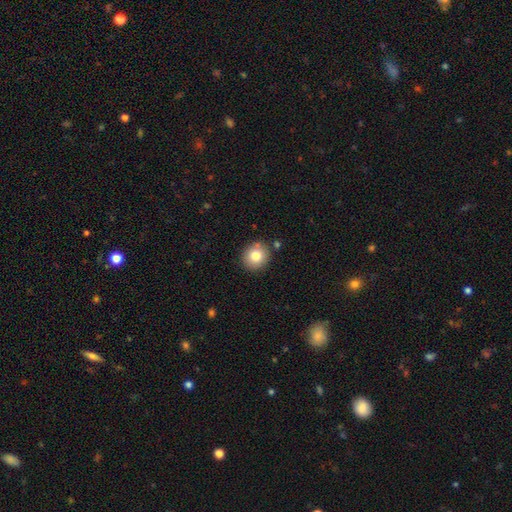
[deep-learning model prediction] smooth-or-featured: smooth: 80% | featured or disk: 10% | star or artifact: 10%
  how-rounded: round: 85% | in between: 14% | cigar-shaped: 1%
  merging: none: 85% | minor disturbance: 9% | merger: 4% | major disturbance: 2%